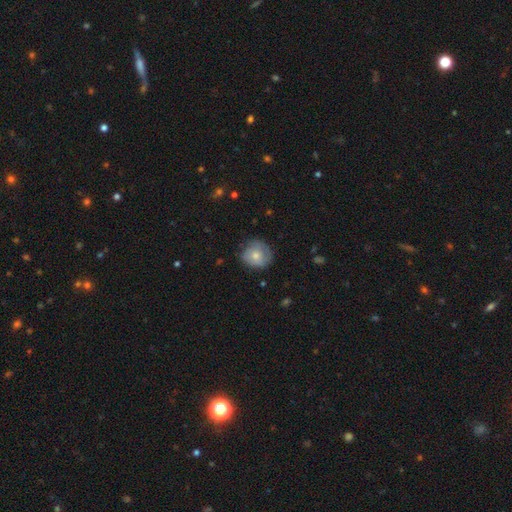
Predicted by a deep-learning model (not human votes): smooth 68%, featured or disk 25%, star or artifact 7%. Down the decision tree: how rounded — round (85%); merging — none (68%).